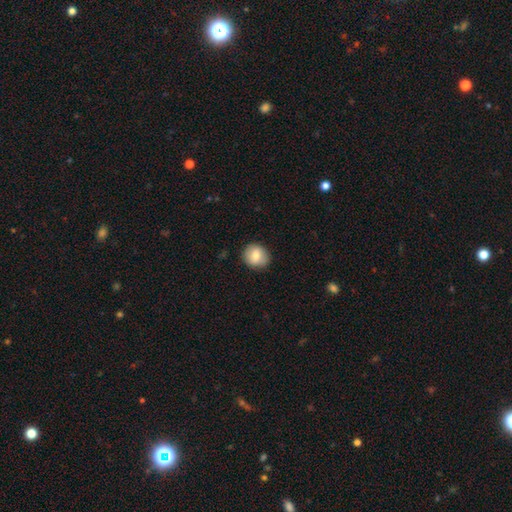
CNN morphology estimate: Q: Smooth or featured?
A: smooth (79%); runner-up: featured or disk (13%)
Q: How rounded?
A: round (77%); runner-up: in between (22%)
Q: Merging?
A: none (85%); runner-up: minor disturbance (12%)